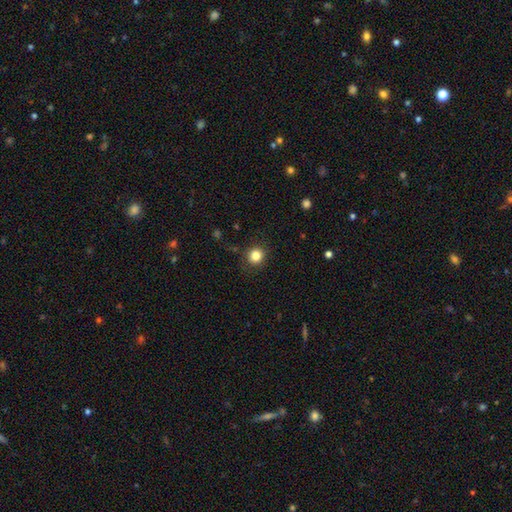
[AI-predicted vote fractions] Q: Smooth or featured?
A: smooth (83%); runner-up: star or artifact (12%)
Q: How rounded?
A: round (91%); runner-up: in between (8%)
Q: Merging?
A: none (89%); runner-up: minor disturbance (7%)